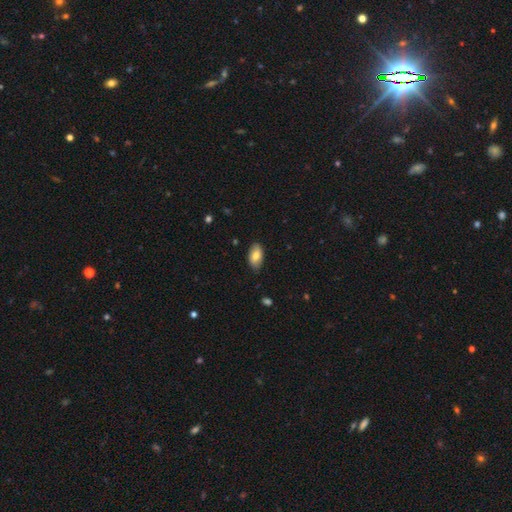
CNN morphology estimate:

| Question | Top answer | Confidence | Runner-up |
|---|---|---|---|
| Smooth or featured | smooth | 76% | featured or disk (18%) |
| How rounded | in between | 94% | round (3%) |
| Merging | none | 83% | minor disturbance (14%) |